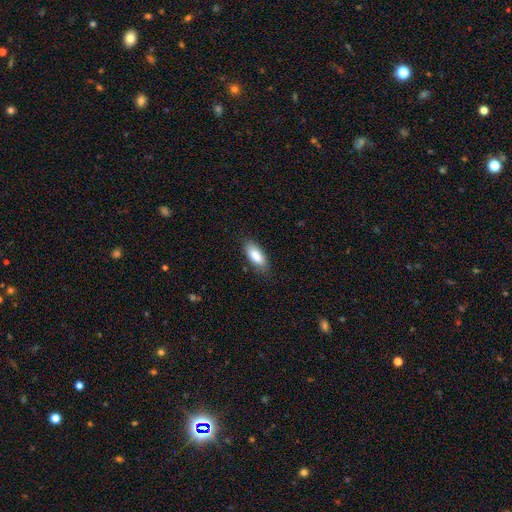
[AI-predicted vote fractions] Smooth or featured?
  - smooth: 87% *
  - featured or disk: 7%
  - star or artifact: 6%
How rounded?
  - in between: 83% *
  - cigar-shaped: 15%
  - round: 2%
Merging?
  - none: 80% *
  - minor disturbance: 16%
  - major disturbance: 3%
  - merger: 1%